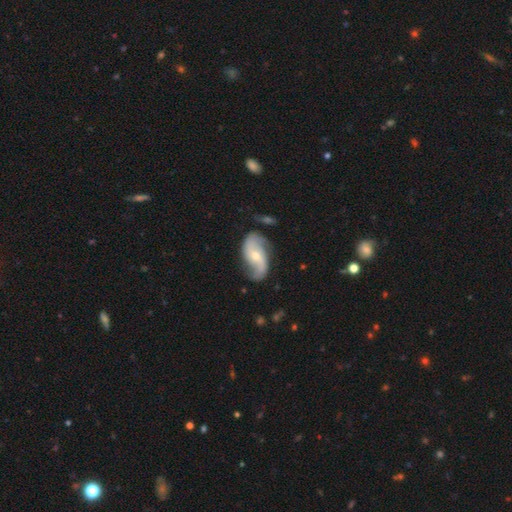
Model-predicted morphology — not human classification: Q: Smooth or featured?
A: featured or disk (80%); runner-up: smooth (14%)
Q: Edge-on disk?
A: no (95%); runner-up: yes (5%)
Q: Bar?
A: no (52%); runner-up: weak (33%)
Q: Spiral arms?
A: yes (92%); runner-up: no (8%)
Q: Spiral winding?
A: loose (69%); runner-up: medium (22%)
Q: Spiral arm count?
A: 2 (89%); runner-up: can't tell (4%)
Q: Bulge size?
A: small (49%); runner-up: moderate (47%)
Q: Merging?
A: none (66%); runner-up: minor disturbance (22%)